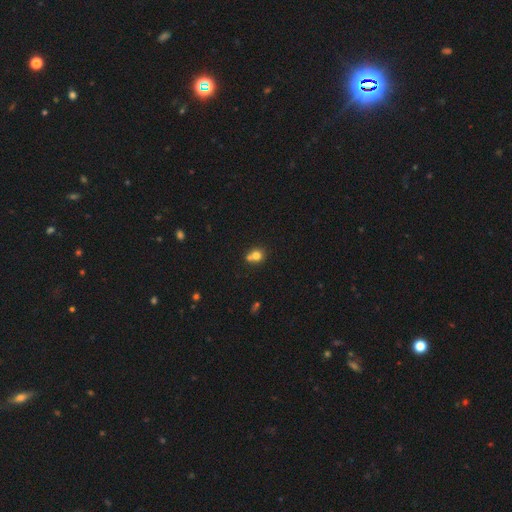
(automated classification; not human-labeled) The model was most divided on "merging" (2-way tie): none: 44%, merger: 44%, minor disturbance: 10%, major disturbance: 3%. More confident: how rounded — round (78%); smooth or featured — smooth (76%).